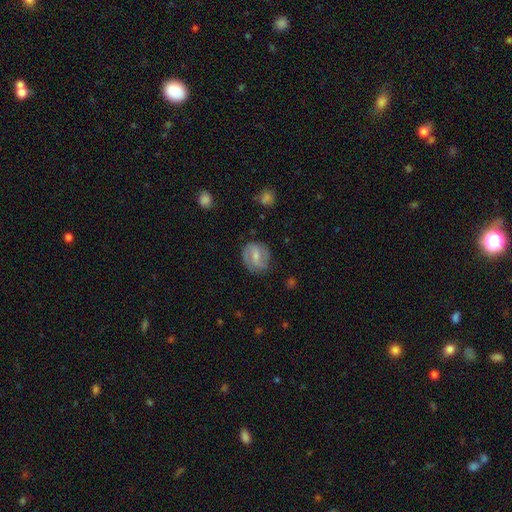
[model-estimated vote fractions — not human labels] Smooth or featured: featured or disk — 56% (smooth — 37%)
Edge-on disk: no — 97% (yes — 3%)
Bar: weak — 51% (strong — 27%)
Spiral arms: yes — 82% (no — 18%)
Bulge size: small — 47% (moderate — 42%)
Merging: none — 78% (minor disturbance — 15%)